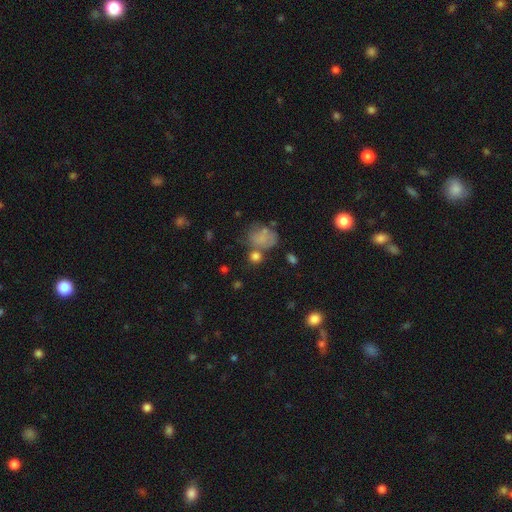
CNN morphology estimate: The model was most divided on "merging": none: 52%, merger: 21%, minor disturbance: 17%, major disturbance: 10%. More confident: smooth or featured — smooth (74%); how rounded — round (66%).